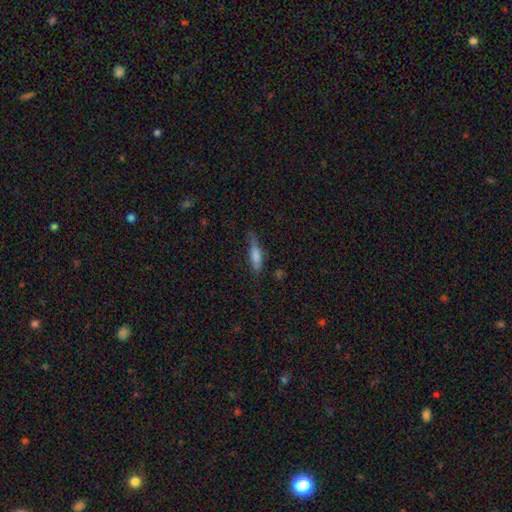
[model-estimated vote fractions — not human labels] Smooth or featured? Predicted: smooth (p=0.71). How rounded? Predicted: cigar-shaped (p=0.64). Merging? Predicted: none (p=0.62).